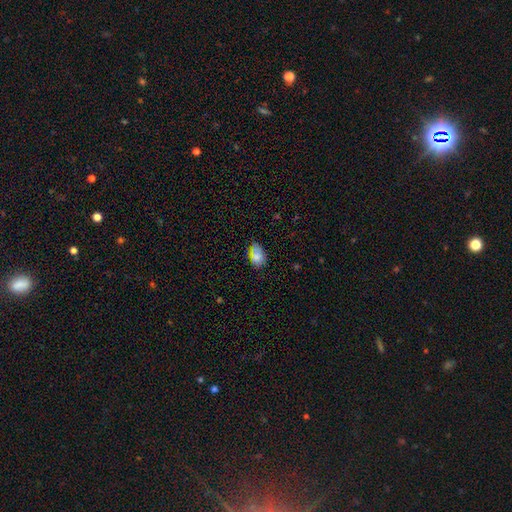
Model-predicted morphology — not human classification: smooth 72%, star or artifact 21%, featured or disk 7%. Down the decision tree: how rounded — in between (80%); merging — none (75%).